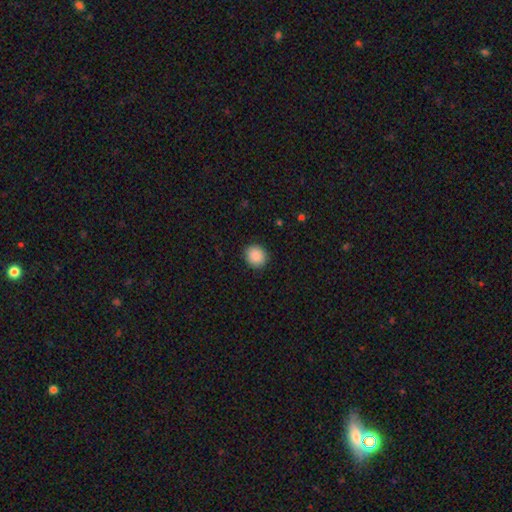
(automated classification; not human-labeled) This is clearly a smooth galaxy (90%). How rounded: clearly round (85%). Merging: clearly none (90%).